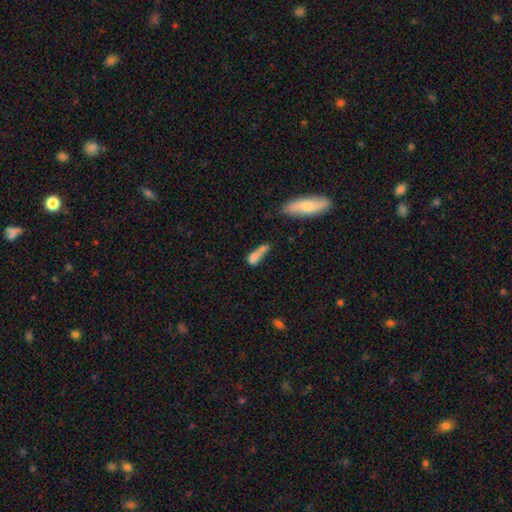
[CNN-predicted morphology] smooth 70%, featured or disk 19%, star or artifact 11%. Down the decision tree: how rounded — in between (49%); merging — merger (39%).